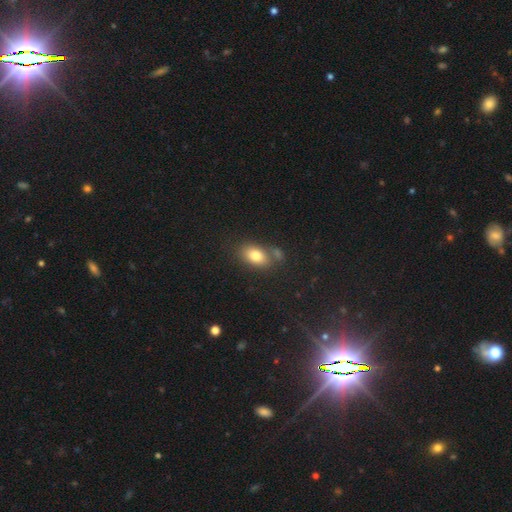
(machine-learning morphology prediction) smooth 80%, featured or disk 11%, star or artifact 9%. Down the decision tree: how rounded — in between (83%); merging — none (65%).